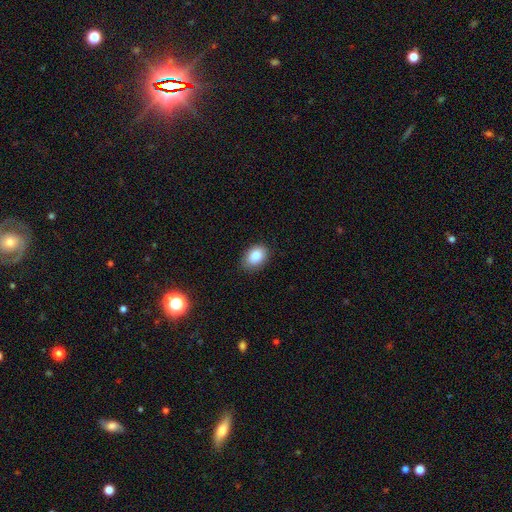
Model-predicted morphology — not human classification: Overall: smooth (86%). How rounded: in between (80%). Merging: none (86%).